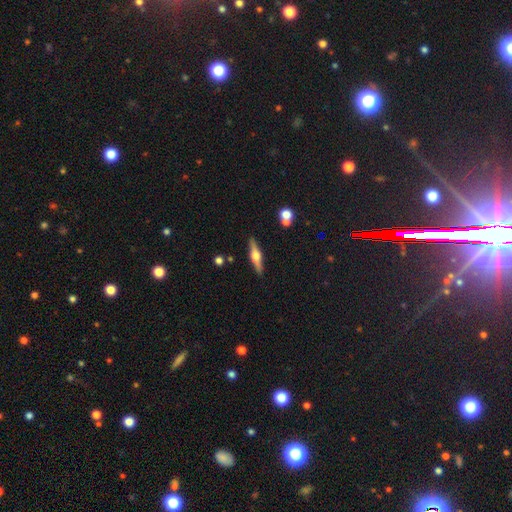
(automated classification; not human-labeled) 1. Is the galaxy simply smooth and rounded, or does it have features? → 69% featured or disk, 25% smooth, 6% star or artifact.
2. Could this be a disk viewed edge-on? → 97% yes, 3% no.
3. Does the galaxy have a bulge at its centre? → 93% rounded, 5% boxy, 2% none.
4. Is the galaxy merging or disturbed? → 88% none, 8% minor disturbance, 3% merger, 2% major disturbance.